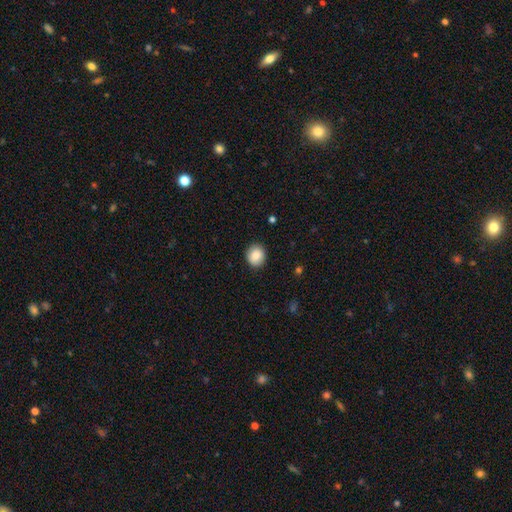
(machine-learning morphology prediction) This is clearly a smooth galaxy (85%). How rounded: likely round (74%). Merging: clearly none (90%).